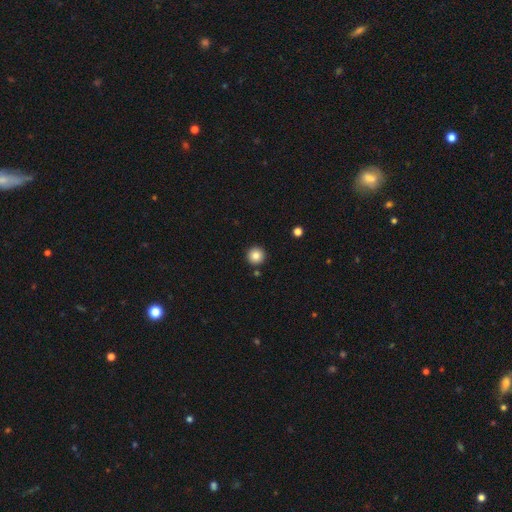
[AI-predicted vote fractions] Smooth or featured? smooth (85%)
How rounded? round (96%)
Merging? none (90%)